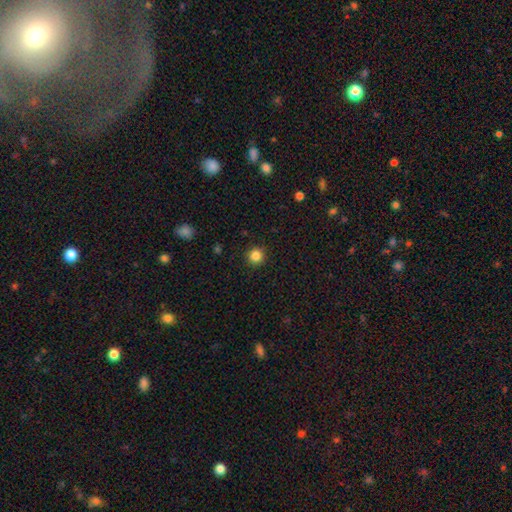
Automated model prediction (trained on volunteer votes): This appears to be a smooth galaxy with no disk features (85%) that is round (94%). Merging: none (91%).